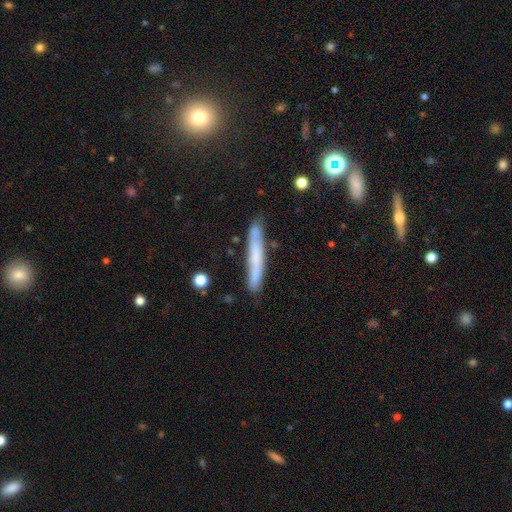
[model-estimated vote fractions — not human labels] smooth-or-featured: smooth: 47% | featured or disk: 43% | star or artifact: 9%
  merging: none: 79% | minor disturbance: 16% | major disturbance: 3% | merger: 3%